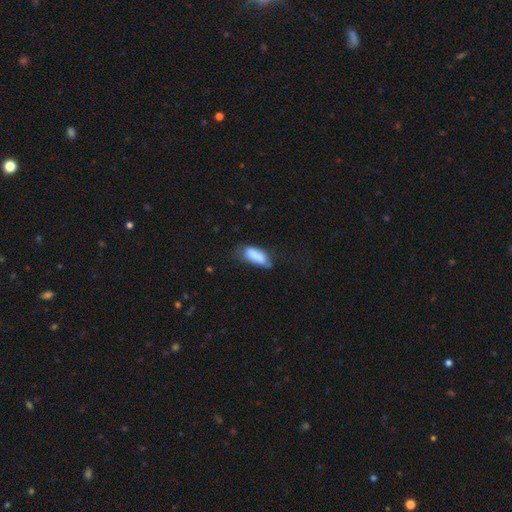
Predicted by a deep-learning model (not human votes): A smooth galaxy with no disk features (82%) that is in between round and cigar-shaped (73%).

Vote fractions:
- Smooth or featured? smooth: 82% / featured or disk: 10% / star or artifact: 7%
- How rounded? in between: 73% / cigar-shaped: 25% / round: 2%
- Merging? none: 47% / minor disturbance: 35% / major disturbance: 14% / merger: 4%